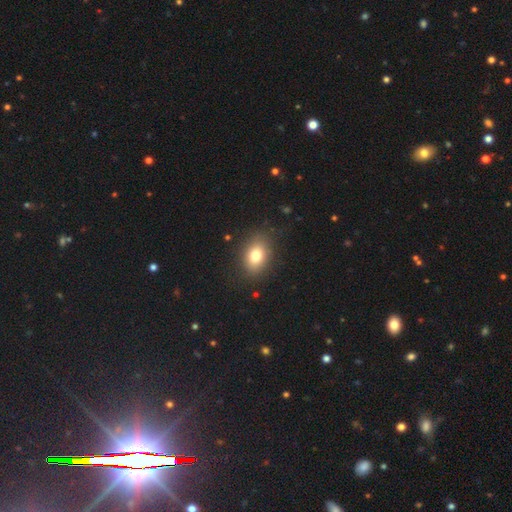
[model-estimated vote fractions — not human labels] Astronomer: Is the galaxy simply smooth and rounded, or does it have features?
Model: smooth — 78%.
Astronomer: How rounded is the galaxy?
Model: in between — 77%.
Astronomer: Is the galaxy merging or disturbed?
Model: none — 84%.